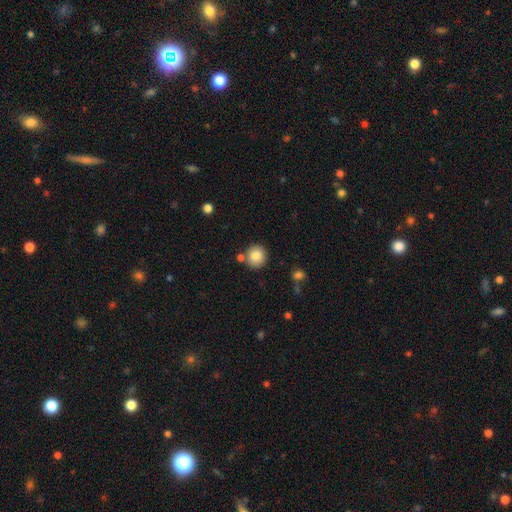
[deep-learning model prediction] A smooth galaxy with no disk features (83%) that is round (89%). Merging: none (78%).